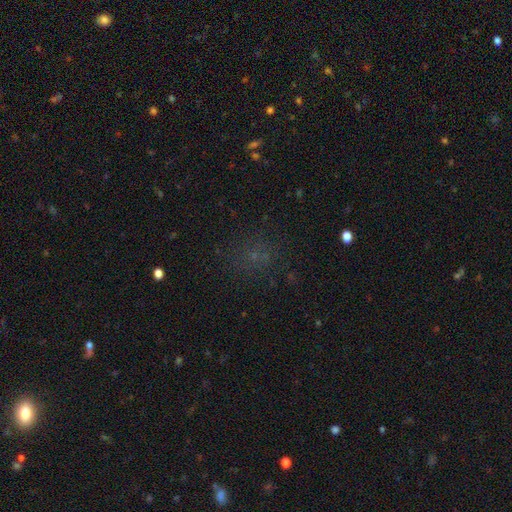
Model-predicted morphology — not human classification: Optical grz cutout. It shows a smooth galaxy with no disk features (48%). Merging: none (78%).